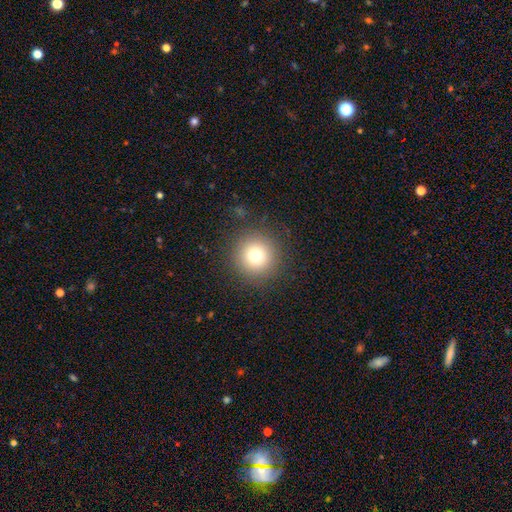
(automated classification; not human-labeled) Smooth or featured? smooth (75%)
How rounded? round (96%)
Merging? none (89%)